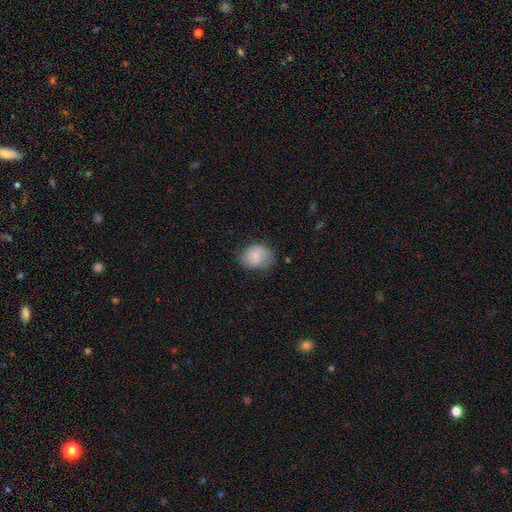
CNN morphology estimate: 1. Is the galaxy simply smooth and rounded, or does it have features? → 74% smooth, 18% featured or disk, 7% star or artifact.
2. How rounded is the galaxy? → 52% in between, 48% round, 1% cigar-shaped.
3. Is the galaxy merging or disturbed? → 61% none, 29% minor disturbance, 8% major disturbance, 2% merger.